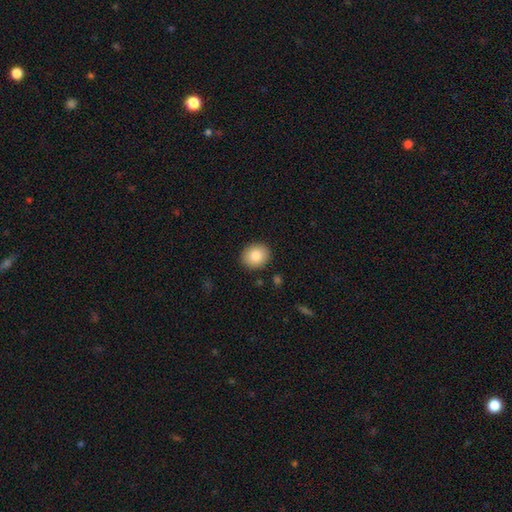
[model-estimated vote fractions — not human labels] This appears to be a smooth galaxy with no disk features (85%) that is round (70%). Merging: none (90%).